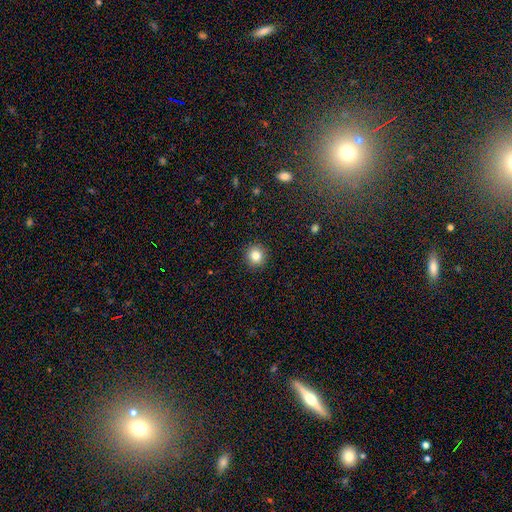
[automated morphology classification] The model was most divided on "smooth or featured": smooth: 82%, star or artifact: 11%, featured or disk: 6%. More confident: how rounded — round (93%); merging — none (92%).